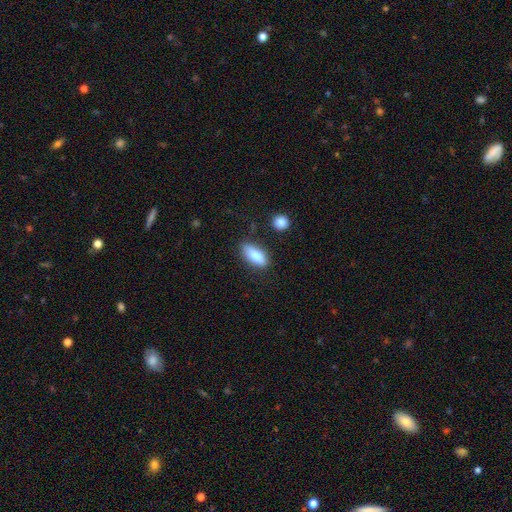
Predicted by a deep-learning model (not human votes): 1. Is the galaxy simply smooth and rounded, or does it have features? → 77% smooth, 16% featured or disk, 7% star or artifact.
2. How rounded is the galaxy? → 80% in between, 17% cigar-shaped, 3% round.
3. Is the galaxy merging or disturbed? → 77% none, 16% minor disturbance, 4% merger, 4% major disturbance.